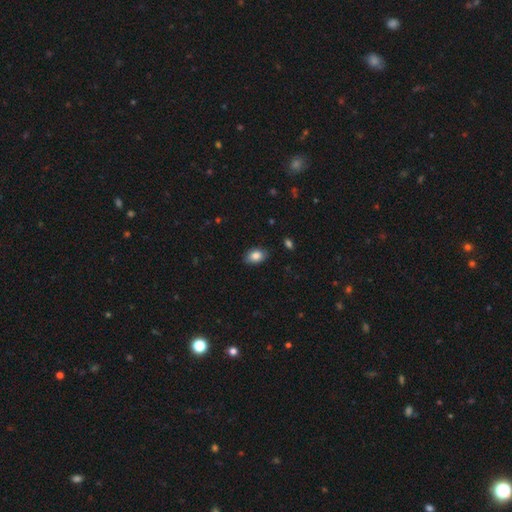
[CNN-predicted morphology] Overall: smooth (85%). How rounded: in between (83%). Merging: none (85%).